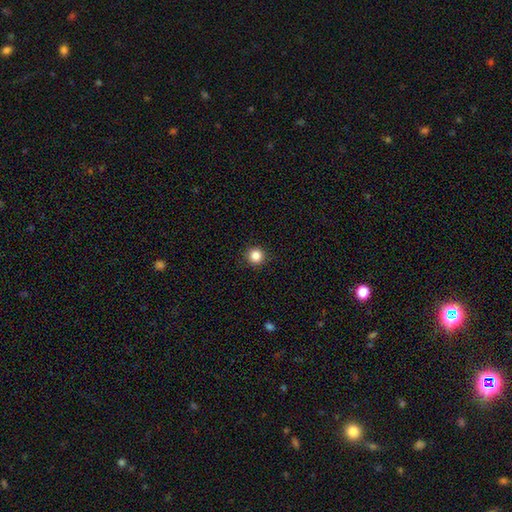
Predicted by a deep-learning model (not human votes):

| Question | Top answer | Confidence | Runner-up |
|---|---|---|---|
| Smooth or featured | smooth | 85% | star or artifact (11%) |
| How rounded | round | 95% | in between (4%) |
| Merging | none | 92% | minor disturbance (5%) |